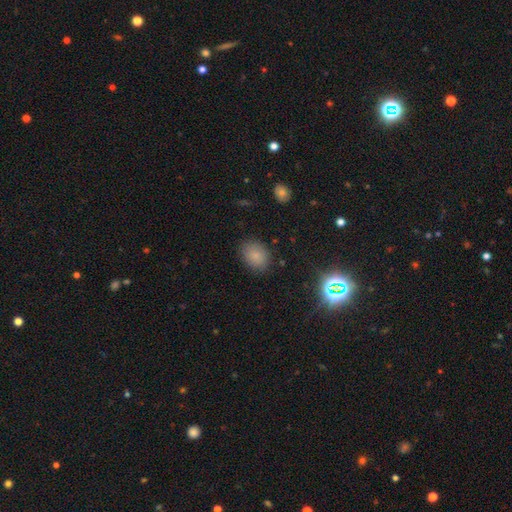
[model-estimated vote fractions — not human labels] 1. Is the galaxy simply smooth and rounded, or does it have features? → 81% smooth, 13% star or artifact, 6% featured or disk.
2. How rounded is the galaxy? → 61% in between, 38% round, 1% cigar-shaped.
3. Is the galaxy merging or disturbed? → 84% none, 11% minor disturbance, 3% major disturbance, 1% merger.